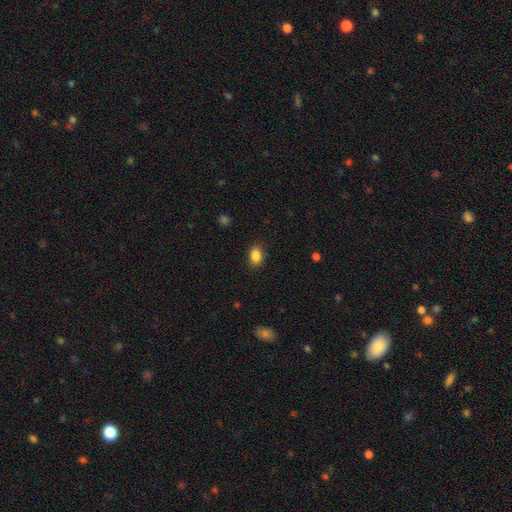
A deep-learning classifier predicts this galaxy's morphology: type=smooth (87%); roundness=in between (77%); merging=none (87%).